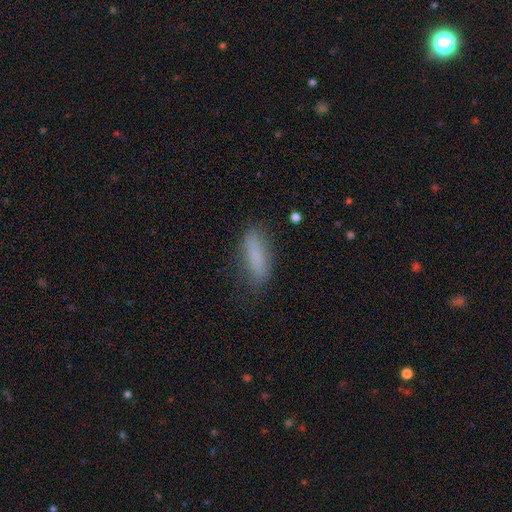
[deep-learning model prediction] smooth 79%, featured or disk 12%, star or artifact 9%. Down the decision tree: how rounded — in between (52%); merging — none (72%).